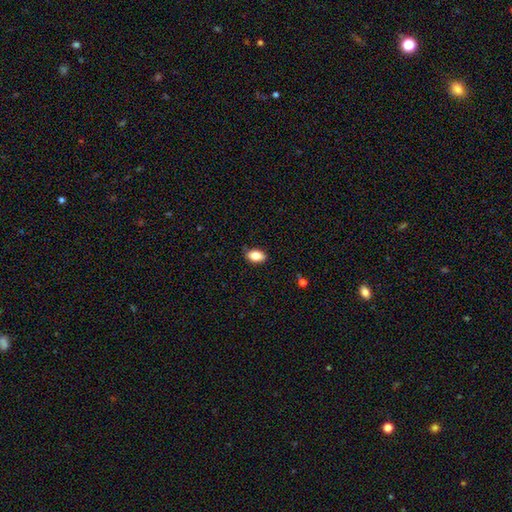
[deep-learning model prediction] A smooth galaxy with no disk features (84%) that is in between round and cigar-shaped (89%).

Vote fractions:
- Smooth or featured? smooth: 84% / featured or disk: 8% / star or artifact: 8%
- How rounded? in between: 89% / round: 8% / cigar-shaped: 2%
- Merging? none: 86% / minor disturbance: 11% / major disturbance: 2% / merger: 1%